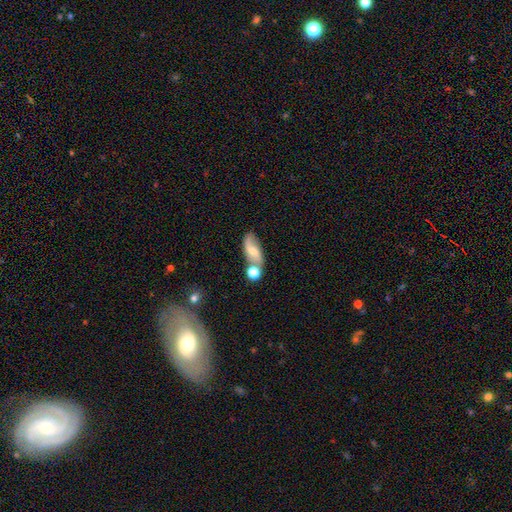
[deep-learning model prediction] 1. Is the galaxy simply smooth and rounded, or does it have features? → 57% featured or disk, 33% smooth, 10% star or artifact.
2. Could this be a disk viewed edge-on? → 90% no, 10% yes.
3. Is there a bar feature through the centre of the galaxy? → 42% no, 40% weak, 18% strong.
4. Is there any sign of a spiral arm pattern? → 84% yes, 16% no.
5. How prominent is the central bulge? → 43% moderate (tied), 43% small (tied), 8% none, 5% large, 2% dominant.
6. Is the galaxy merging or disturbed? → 61% none, 17% minor disturbance, 16% merger, 6% major disturbance.